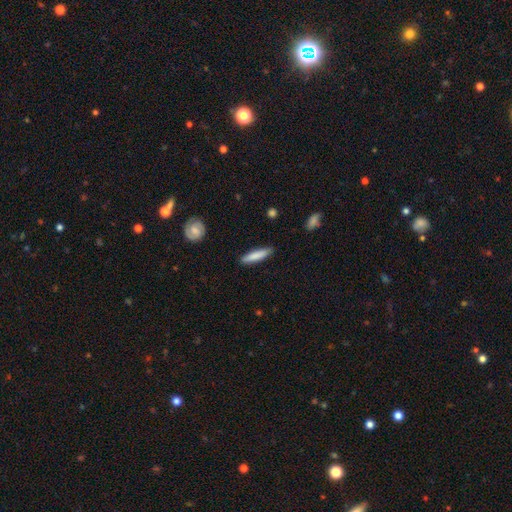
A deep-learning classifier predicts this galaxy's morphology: A smooth galaxy with no disk features (80%) that is cigar-shaped (85%).

Vote fractions:
- Smooth or featured? smooth: 80% / featured or disk: 14% / star or artifact: 5%
- How rounded? cigar-shaped: 85% / in between: 14% / round: 1%
- Merging? none: 88% / minor disturbance: 9% / major disturbance: 2% / merger: 1%